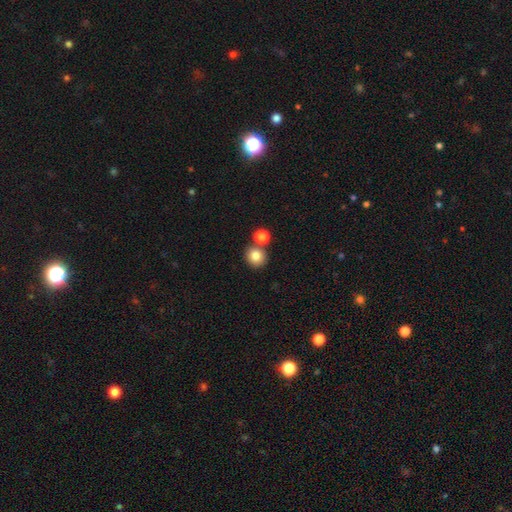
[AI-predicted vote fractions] A smooth galaxy with no disk features (82%) that is round (87%).

Vote fractions:
- Smooth or featured? smooth: 82% / star or artifact: 11% / featured or disk: 7%
- How rounded? round: 87% / in between: 12% / cigar-shaped: 1%
- Merging? none: 65% / merger: 25% / minor disturbance: 7% / major disturbance: 2%